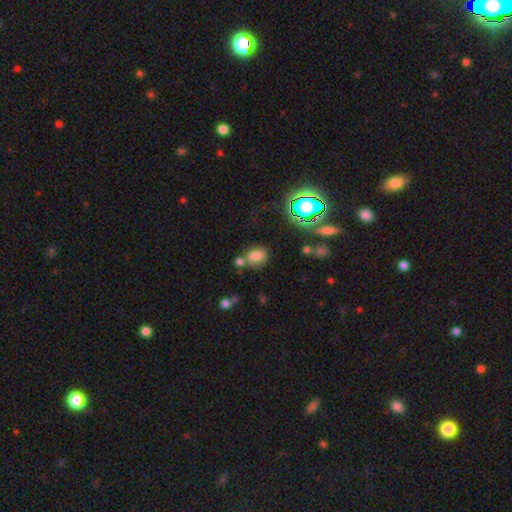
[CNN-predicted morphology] The model was most divided on "merging": none: 57%, merger: 22%, minor disturbance: 15%, major disturbance: 6%. More confident: how rounded — in between (74%); smooth or featured — smooth (73%).